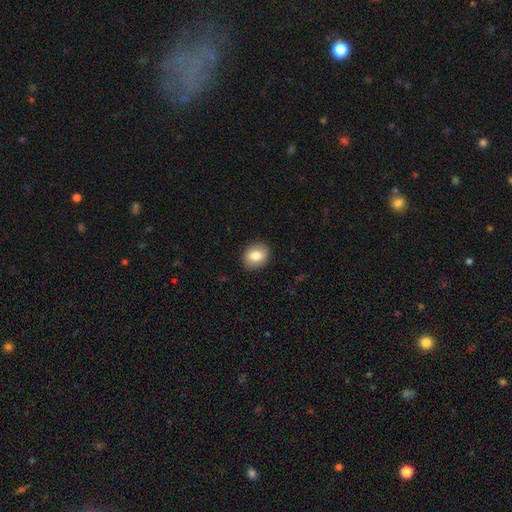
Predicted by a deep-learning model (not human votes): A smooth galaxy with no disk features (82%) that is in between round and cigar-shaped (56%).

Vote fractions:
- Smooth or featured? smooth: 82% / featured or disk: 11% / star or artifact: 8%
- How rounded? in between: 56% / round: 43% / cigar-shaped: 1%
- Merging? none: 87% / minor disturbance: 9% / major disturbance: 2% / merger: 1%